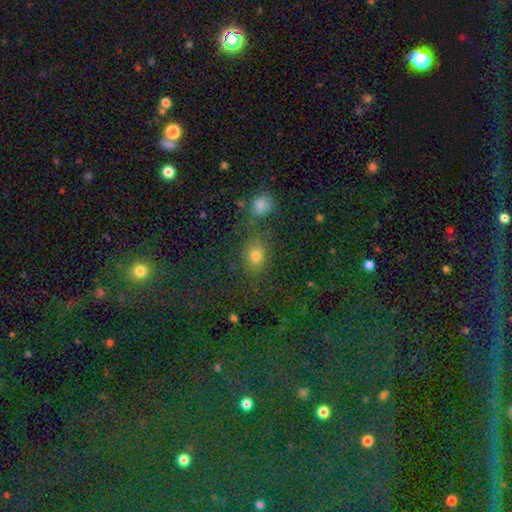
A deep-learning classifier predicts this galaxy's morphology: Overall: smooth (72%). How rounded: round (57%; in between 41%). Merging: none (72%).